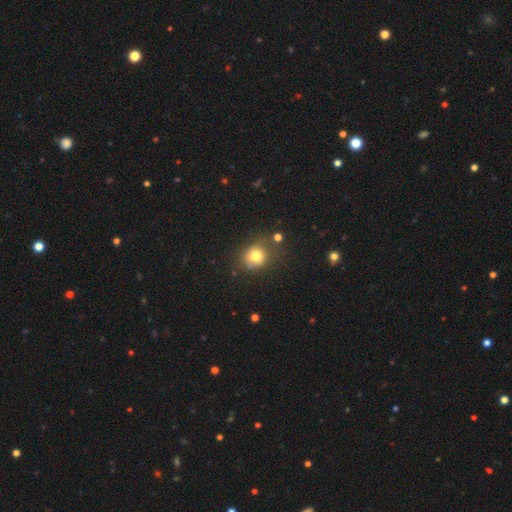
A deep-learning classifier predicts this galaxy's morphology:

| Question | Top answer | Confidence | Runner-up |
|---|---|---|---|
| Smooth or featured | smooth | 76% | star or artifact (13%) |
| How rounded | round | 76% | in between (23%) |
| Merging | none | 64% | minor disturbance (22%) |